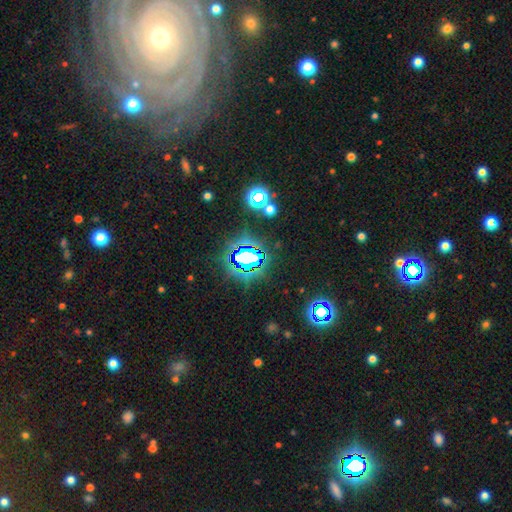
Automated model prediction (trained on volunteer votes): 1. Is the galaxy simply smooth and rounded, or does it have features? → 54% star or artifact, 28% featured or disk, 18% smooth.